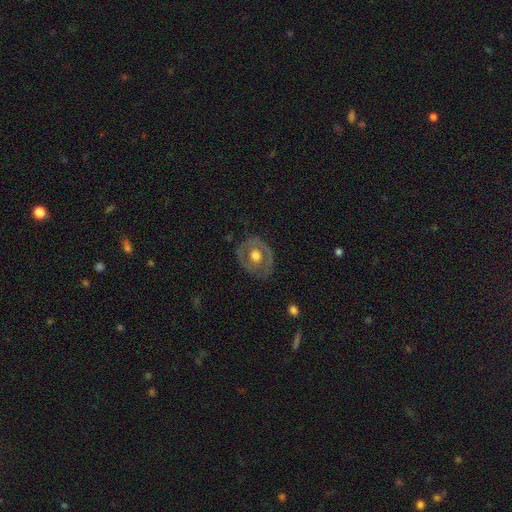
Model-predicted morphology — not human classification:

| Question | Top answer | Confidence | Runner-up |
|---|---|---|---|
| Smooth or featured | featured or disk | 57% | smooth (37%) |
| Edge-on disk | no | 94% | yes (6%) |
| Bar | no | 84% | weak (13%) |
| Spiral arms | no | 80% | yes (20%) |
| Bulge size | moderate | 55% | large (37%) |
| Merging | none | 76% | minor disturbance (16%) |